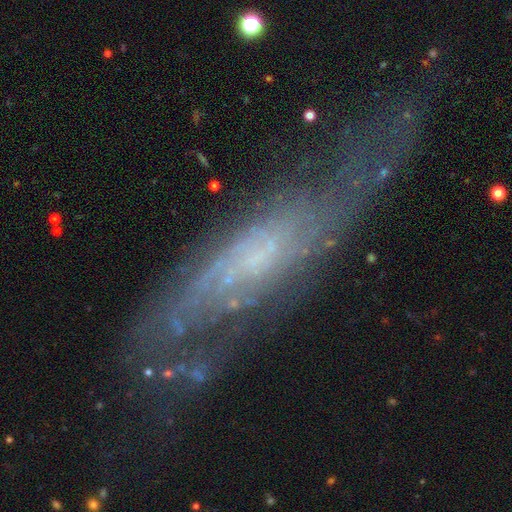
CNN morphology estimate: Q: Smooth or featured?
A: featured or disk (76%); runner-up: smooth (15%)
Q: Edge-on disk?
A: no (76%); runner-up: yes (24%)
Q: Bar?
A: no (56%); runner-up: weak (33%)
Q: Spiral arms?
A: yes (84%); runner-up: no (16%)
Q: Bulge size?
A: small (46%); runner-up: none (33%)
Q: Merging?
A: none (58%); runner-up: minor disturbance (20%)